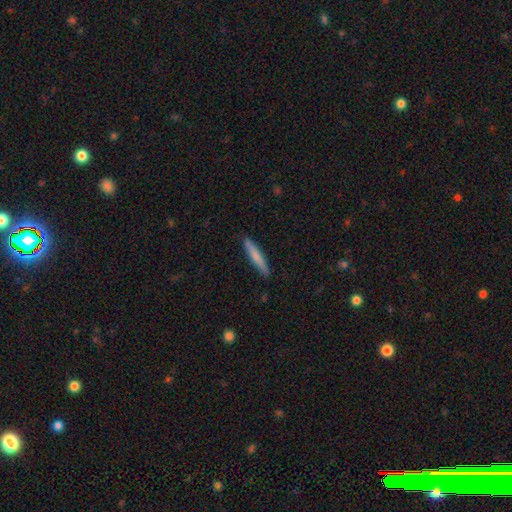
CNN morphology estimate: smooth_or_featured: smooth (p=0.72) [alt: featured or disk p=0.22]
how_rounded: cigar-shaped (p=0.95) [alt: in between p=0.04]
merging: none (p=0.90) [alt: minor disturbance p=0.07]